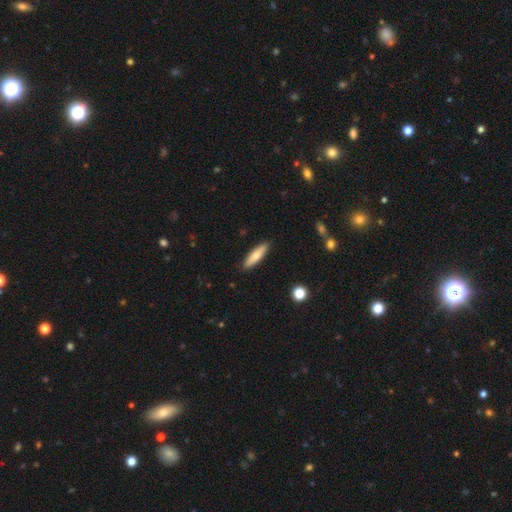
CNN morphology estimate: A smooth galaxy with no disk features (71%) that is cigar-shaped (73%). Merging: none (89%).